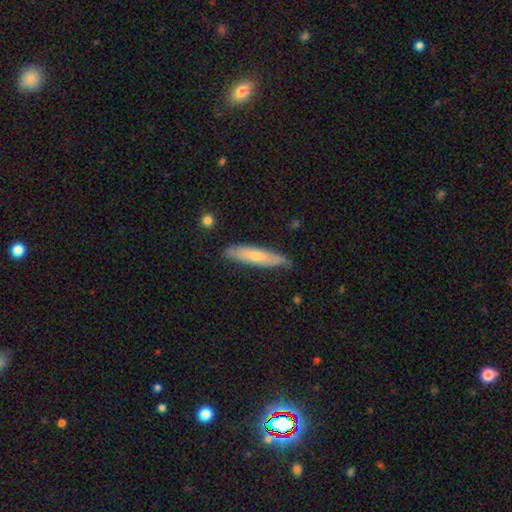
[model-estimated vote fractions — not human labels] Q: Smooth or featured?
A: smooth (63%); runner-up: featured or disk (32%)
Q: How rounded?
A: cigar-shaped (86%); runner-up: in between (13%)
Q: Merging?
A: none (79%); runner-up: minor disturbance (17%)